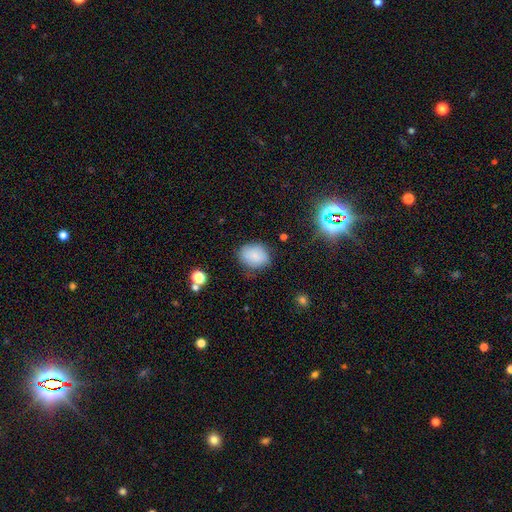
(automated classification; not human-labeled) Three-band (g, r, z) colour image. It shows a smooth galaxy with no disk features (82%) that is in between round and cigar-shaped (53%). Merging: none (71%).